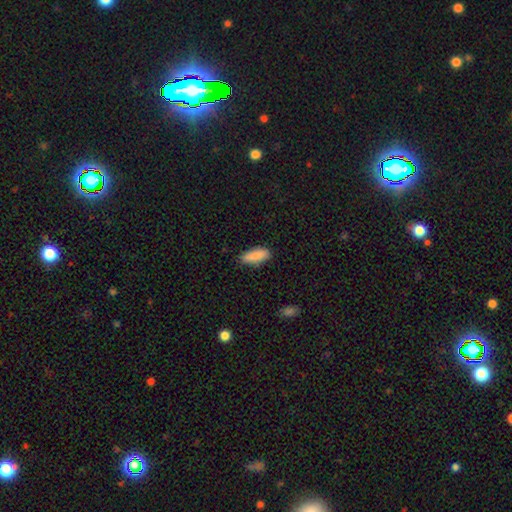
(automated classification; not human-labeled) Smooth or featured? smooth (88%)
How rounded? in between (64%)
Merging? none (85%)